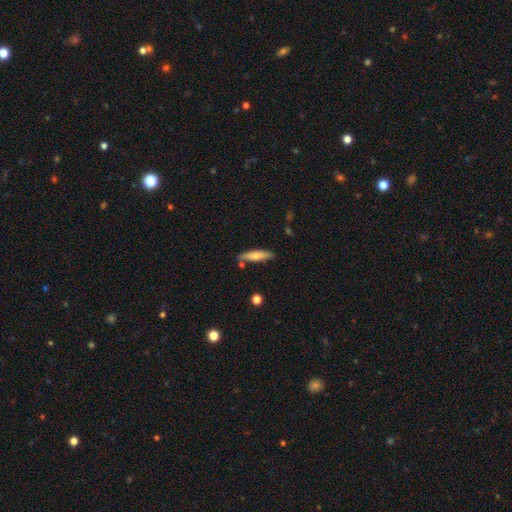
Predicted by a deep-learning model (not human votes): Morphology: type=smooth (66%); roundness=cigar-shaped (78%); merging=none (78%).